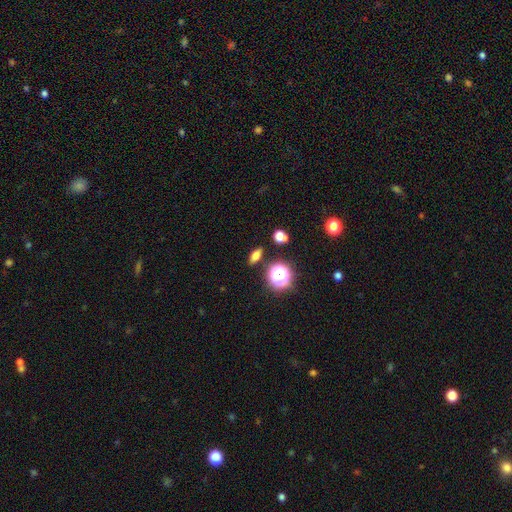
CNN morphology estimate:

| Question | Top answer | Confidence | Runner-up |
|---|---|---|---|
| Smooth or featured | smooth | 63% | star or artifact (19%) |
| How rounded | in between | 63% | cigar-shaped (19%) |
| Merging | none | 87% | minor disturbance (8%) |